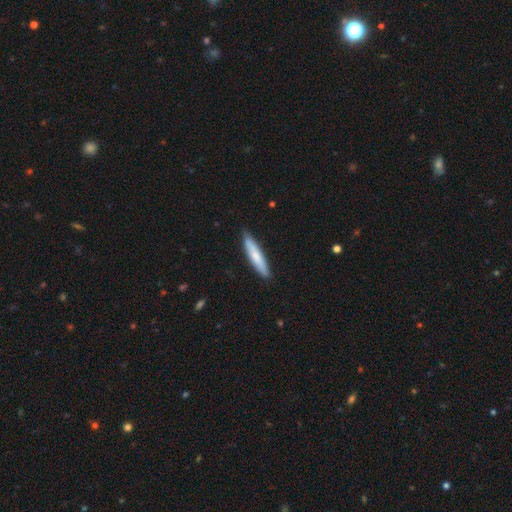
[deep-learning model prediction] A smooth galaxy with no disk features (71%) that is cigar-shaped (88%). Merging: none (86%).